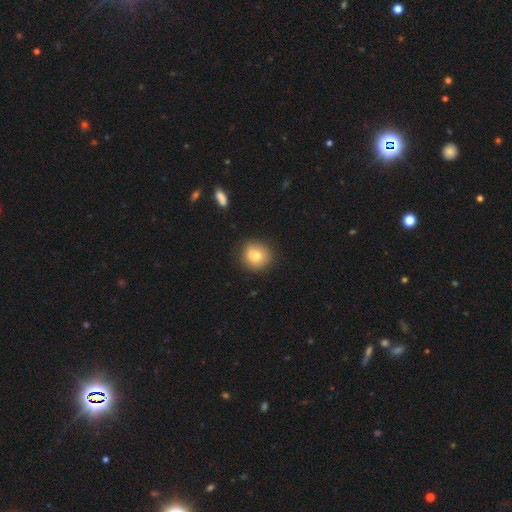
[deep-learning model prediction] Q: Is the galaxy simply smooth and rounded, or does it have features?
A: smooth — 74%.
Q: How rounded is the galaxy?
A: round — 89%.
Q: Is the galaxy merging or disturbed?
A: none — 81%.